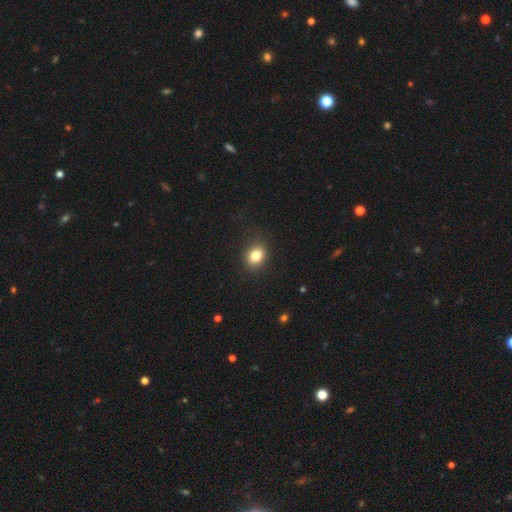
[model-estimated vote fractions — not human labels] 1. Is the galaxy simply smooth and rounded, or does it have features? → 81% smooth, 11% star or artifact, 8% featured or disk.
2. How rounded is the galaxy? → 54% in between, 45% round, 1% cigar-shaped.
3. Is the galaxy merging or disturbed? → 85% none, 11% minor disturbance, 3% major disturbance, 1% merger.